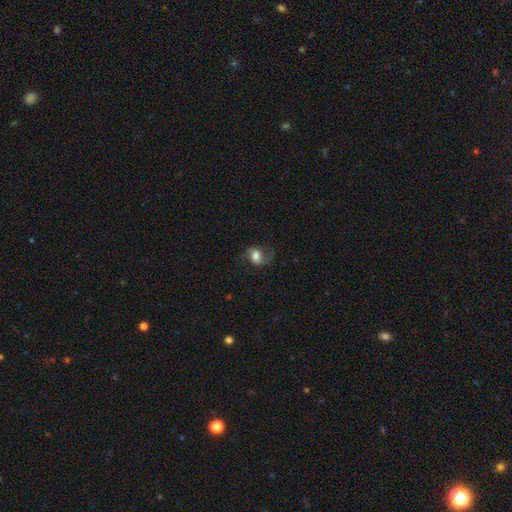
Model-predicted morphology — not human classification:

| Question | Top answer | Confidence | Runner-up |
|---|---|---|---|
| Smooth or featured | featured or disk | 48% | smooth (43%) |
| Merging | none | 68% | minor disturbance (19%) |